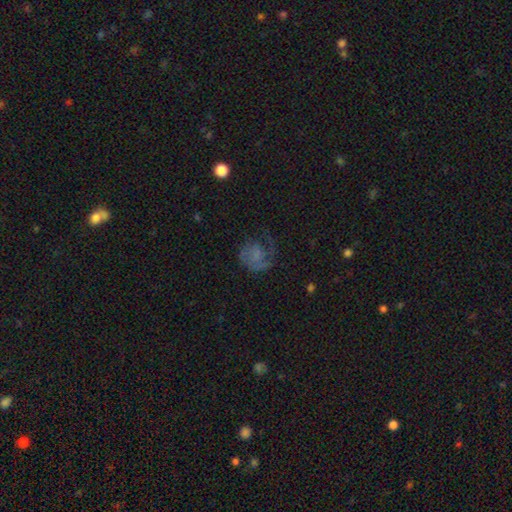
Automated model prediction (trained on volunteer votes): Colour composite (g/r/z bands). It shows a featured or disk galaxy (53%) with no bar (75%), spiral arms (81%) and no central bulge (50%). Merging: none (45%).